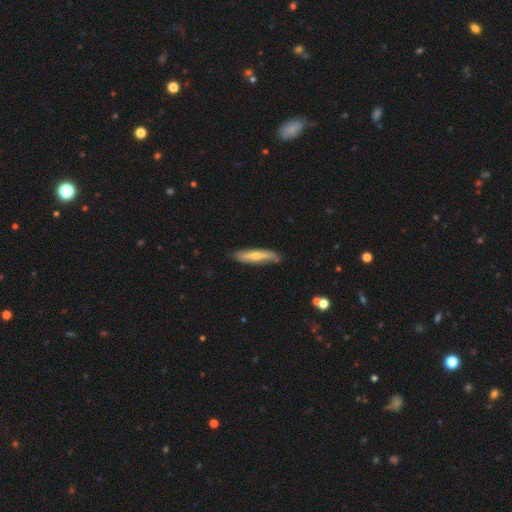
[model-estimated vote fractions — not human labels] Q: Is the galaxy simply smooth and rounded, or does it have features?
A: smooth — 50%.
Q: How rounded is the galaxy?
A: cigar-shaped — 81%.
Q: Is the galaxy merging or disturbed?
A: none — 77%.